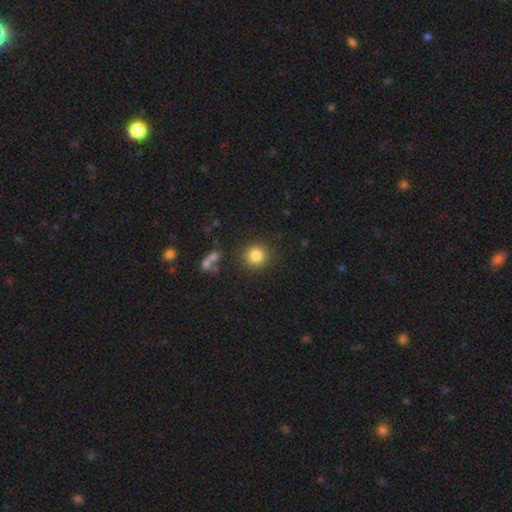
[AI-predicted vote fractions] Smooth or featured?
  - smooth: 83% *
  - star or artifact: 11%
  - featured or disk: 5%
How rounded?
  - round: 92% *
  - in between: 7%
  - cigar-shaped: 1%
Merging?
  - none: 86% *
  - minor disturbance: 7%
  - merger: 3%
  - major disturbance: 3%